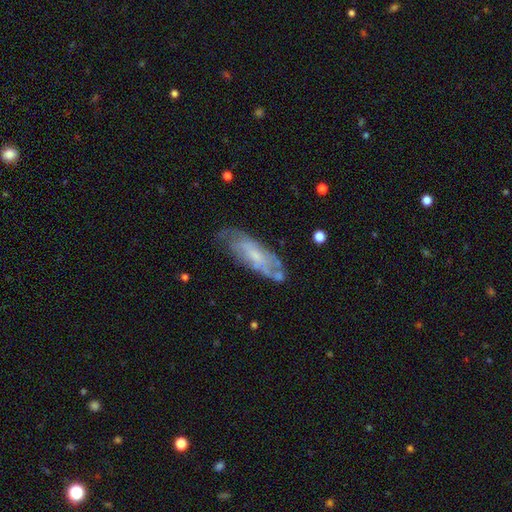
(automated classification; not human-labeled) Overall: featured or disk (59%; smooth 34%). Edge-on disk: no (79%). Merging: none (58%; minor disturbance 27%).